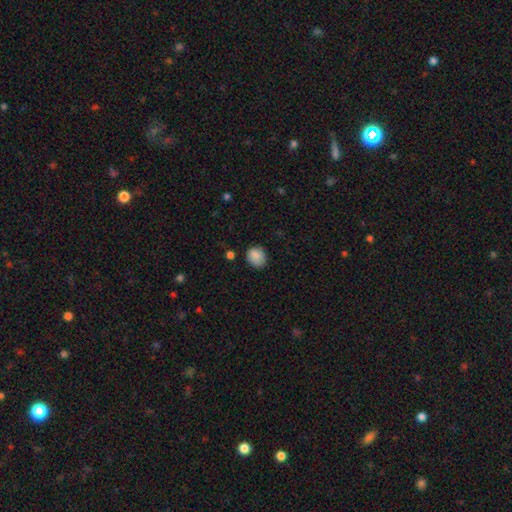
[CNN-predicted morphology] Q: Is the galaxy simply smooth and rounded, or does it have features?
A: smooth — 86%.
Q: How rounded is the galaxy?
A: round — 69%.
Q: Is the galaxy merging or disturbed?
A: none — 75%.